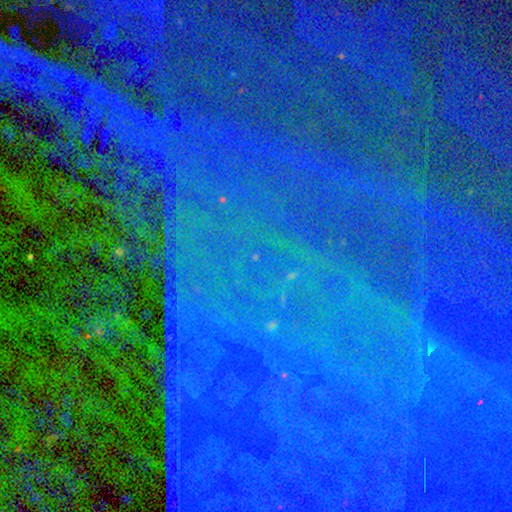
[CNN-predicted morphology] star or artifact 85%, featured or disk 8%, smooth 7%.